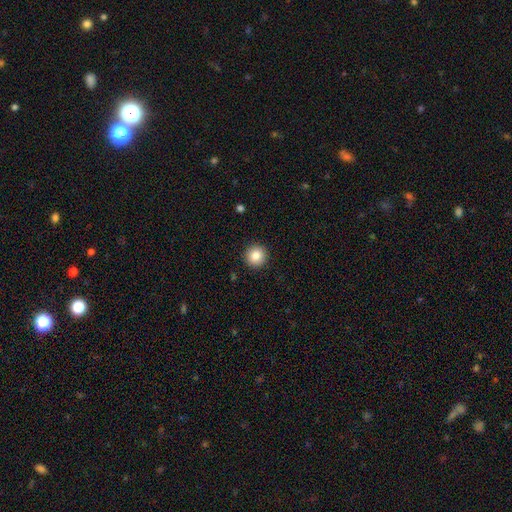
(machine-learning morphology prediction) Smooth or featured? Predicted: smooth (p=0.85). How rounded? Predicted: round (p=0.94). Merging? Predicted: none (p=0.92).